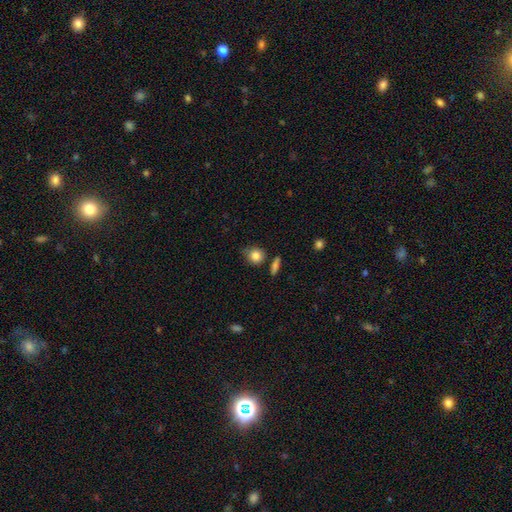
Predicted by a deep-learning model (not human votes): smooth_or_featured: smooth (p=0.84) [alt: star or artifact p=0.09]
how_rounded: round (p=0.80) [alt: in between p=0.18]
merging: none (p=0.67) [alt: minor disturbance p=0.22]